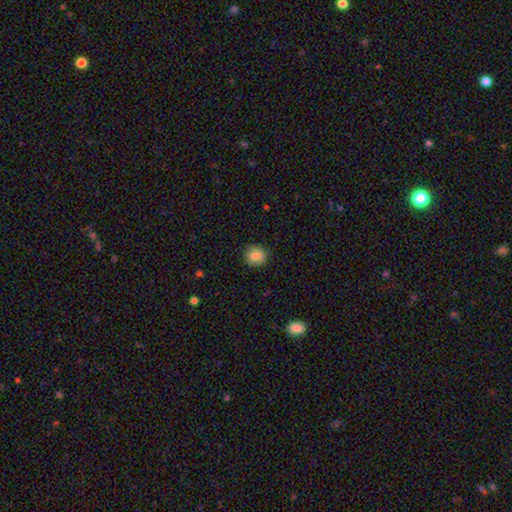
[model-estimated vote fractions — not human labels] smooth_or_featured: smooth (p=0.83) [alt: star or artifact p=0.09]
how_rounded: round (p=0.80) [alt: in between p=0.19]
merging: none (p=0.89) [alt: minor disturbance p=0.08]